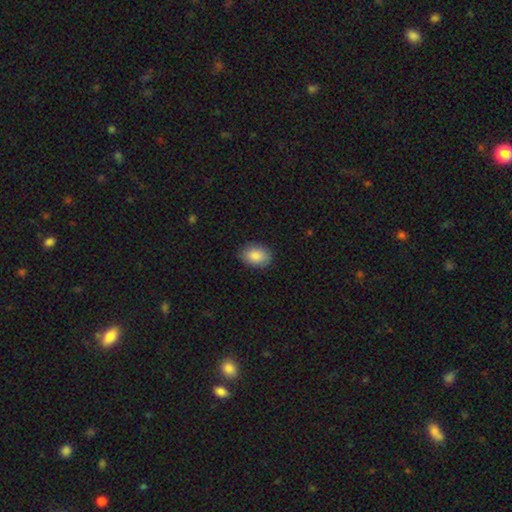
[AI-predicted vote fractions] This is clearly a smooth galaxy (88%). How rounded: clearly in between (82%). Merging: clearly none (86%).